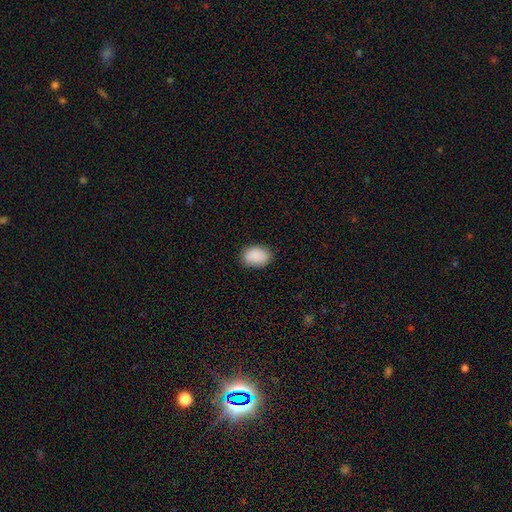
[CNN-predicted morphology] type=smooth (90%); roundness=in between (83%); merging=none (84%).